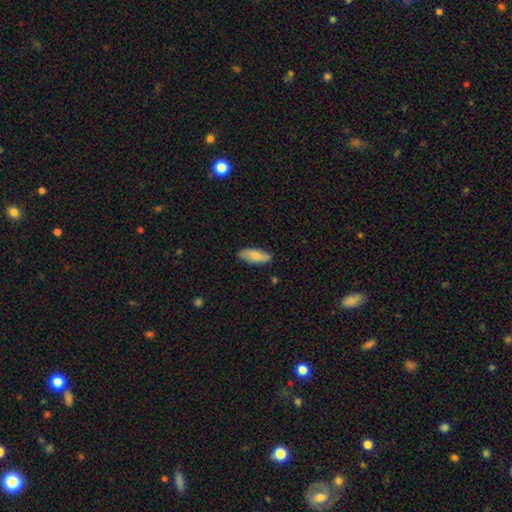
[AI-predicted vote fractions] This is likely a smooth galaxy (79%). How rounded: likely in between (78%). Merging: clearly none (82%).